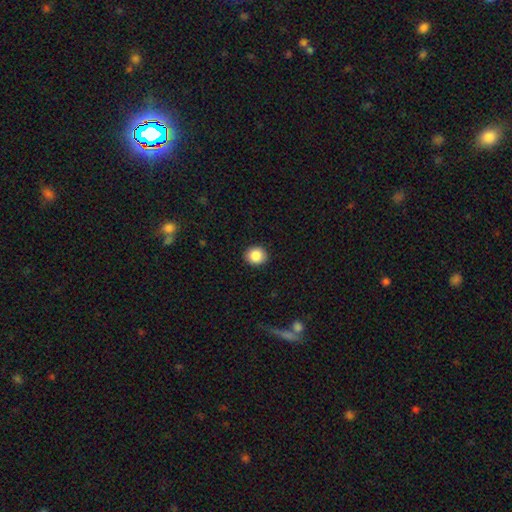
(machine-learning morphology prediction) type=smooth (87%); roundness=round (83%); merging=none (91%).